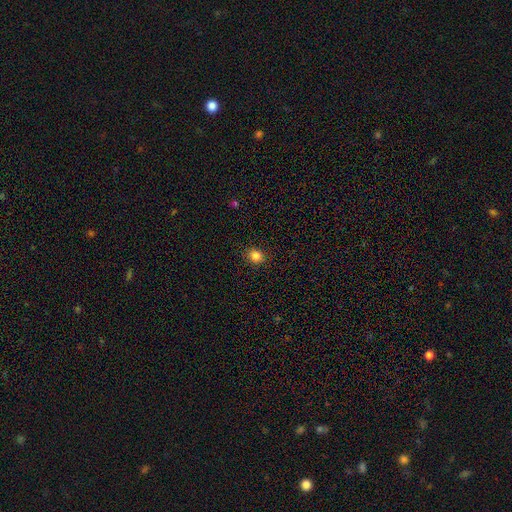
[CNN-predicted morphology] Q: Smooth or featured?
A: smooth (83%); runner-up: star or artifact (12%)
Q: How rounded?
A: round (75%); runner-up: in between (24%)
Q: Merging?
A: none (91%); runner-up: minor disturbance (7%)